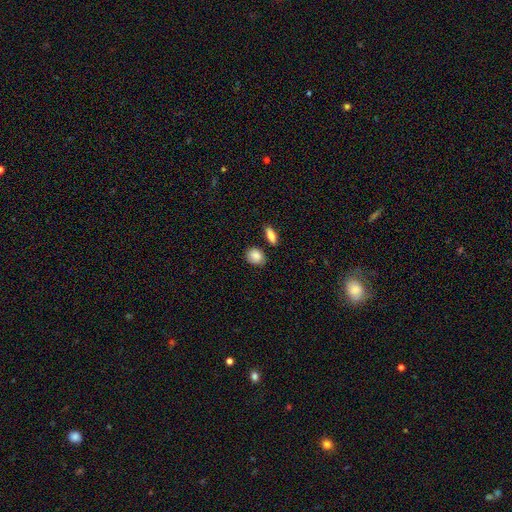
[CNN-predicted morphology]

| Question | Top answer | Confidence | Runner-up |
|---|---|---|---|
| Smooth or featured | smooth | 87% | star or artifact (7%) |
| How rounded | round | 49% | in between (48%) |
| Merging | none | 79% | minor disturbance (13%) |